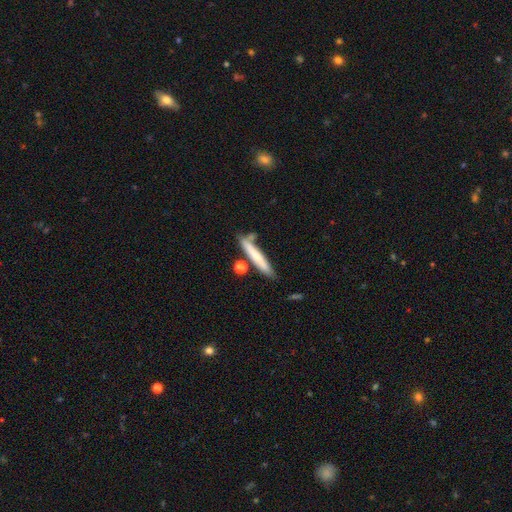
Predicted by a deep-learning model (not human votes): Q: Smooth or featured?
A: smooth (68%); runner-up: featured or disk (26%)
Q: How rounded?
A: cigar-shaped (92%); runner-up: in between (6%)
Q: Merging?
A: none (71%); runner-up: minor disturbance (16%)